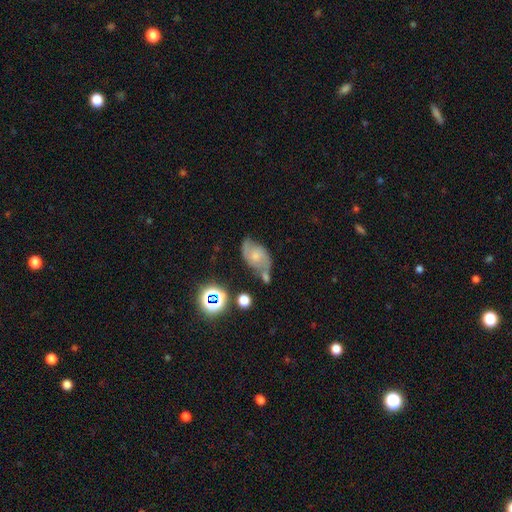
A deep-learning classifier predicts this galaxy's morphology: smooth-or-featured: featured or disk: 57% | smooth: 31% | star or artifact: 12%
  disk-edge-on: no: 95% | yes: 5%
    bar: no: 65% | weak: 29% | strong: 6%
    has-spiral-arms: yes: 83% | no: 17%
    bulge-size: small: 43% | moderate: 40% | none: 10% | large: 6% | dominant: 2%
  merging: none: 49% | minor disturbance: 26% | merger: 14% | major disturbance: 10%